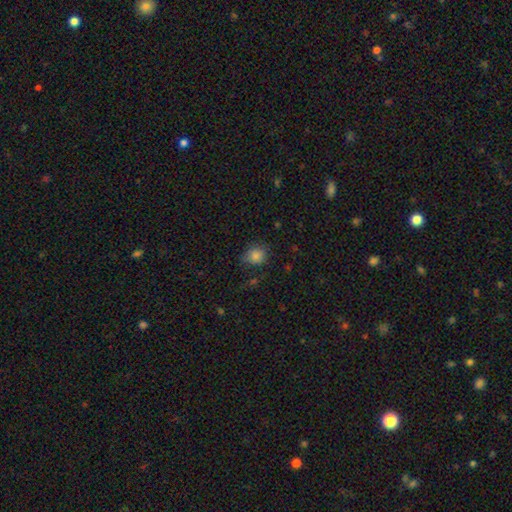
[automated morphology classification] Q: Smooth or featured?
A: smooth (84%); runner-up: star or artifact (11%)
Q: How rounded?
A: round (69%); runner-up: in between (30%)
Q: Merging?
A: none (73%); runner-up: minor disturbance (20%)